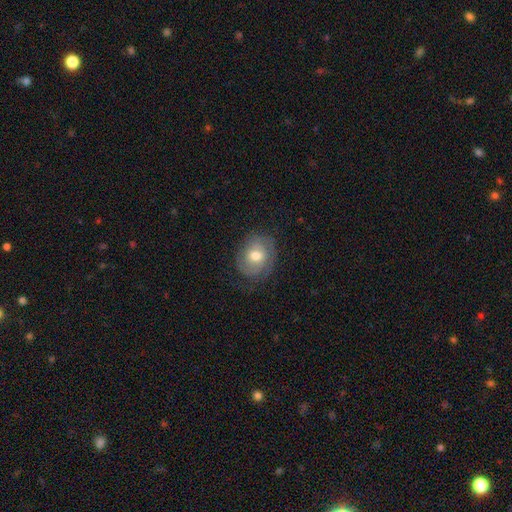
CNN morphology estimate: A featured or disk galaxy (48%). Merging: none (72%).